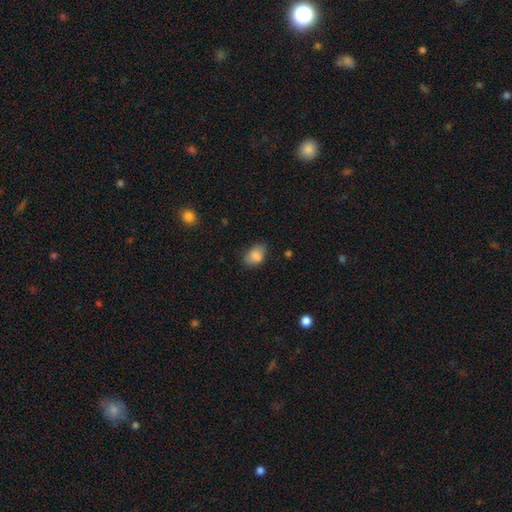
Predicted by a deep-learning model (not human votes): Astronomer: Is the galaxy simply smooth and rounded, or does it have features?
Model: smooth — 83%.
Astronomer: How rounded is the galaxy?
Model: in between — 83%.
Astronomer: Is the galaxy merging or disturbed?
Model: none — 67%.